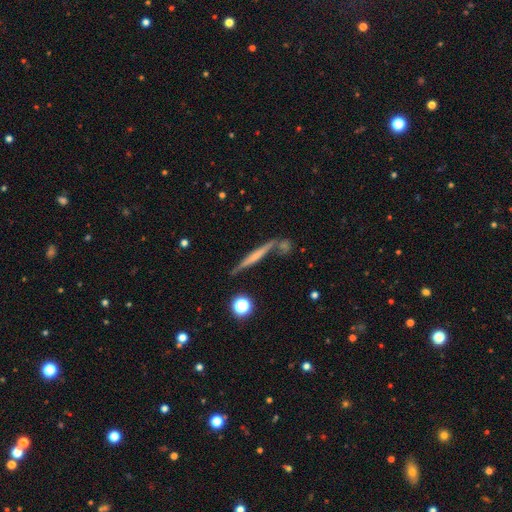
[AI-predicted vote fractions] smooth-or-featured: featured or disk: 56% | smooth: 35% | star or artifact: 8%
  disk-edge-on: yes: 96% | no: 4%
    edge-on-bulge: none: 54% | rounded: 30% | boxy: 15%
  merging: none: 76% | minor disturbance: 11% | merger: 10% | major disturbance: 3%